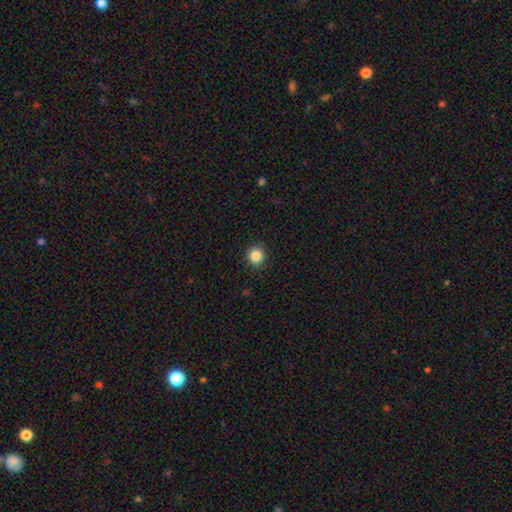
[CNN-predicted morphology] type=smooth (85%); roundness=round (93%); merging=none (91%).